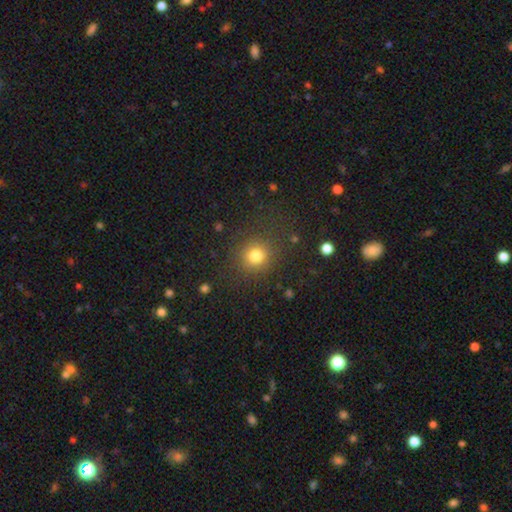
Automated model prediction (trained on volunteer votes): Smooth or featured? Predicted: smooth (p=0.79). How rounded? Predicted: round (p=0.89). Merging? Predicted: none (p=0.84).